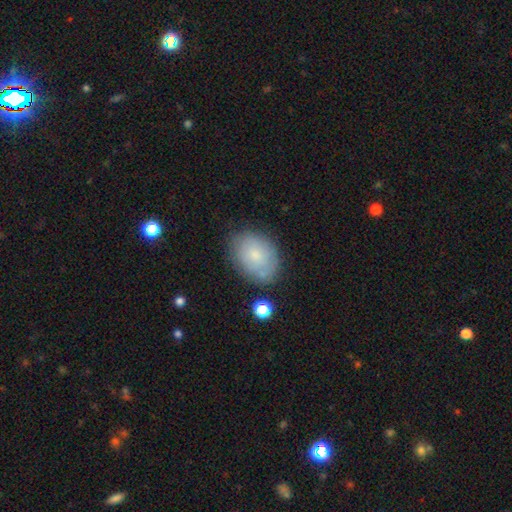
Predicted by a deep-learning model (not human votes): Smooth or featured? Predicted: smooth (p=0.70). How rounded? Predicted: in between (p=0.74). Merging? Predicted: none (p=0.72).